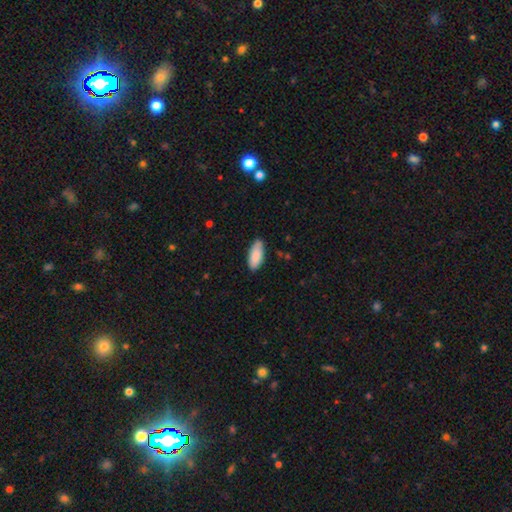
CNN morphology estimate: The model was most divided on "merging": none: 82%, minor disturbance: 14%, major disturbance: 2%, merger: 1%. More confident: smooth or featured — smooth (88%); how rounded — in between (84%).